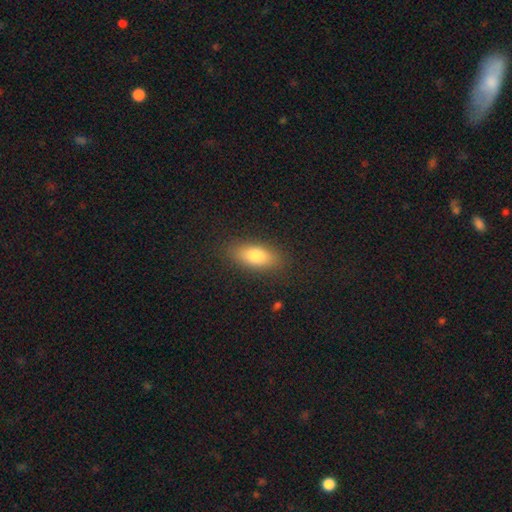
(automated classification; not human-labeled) Smooth or featured? smooth (78%)
How rounded? in between (81%)
Merging? none (86%)